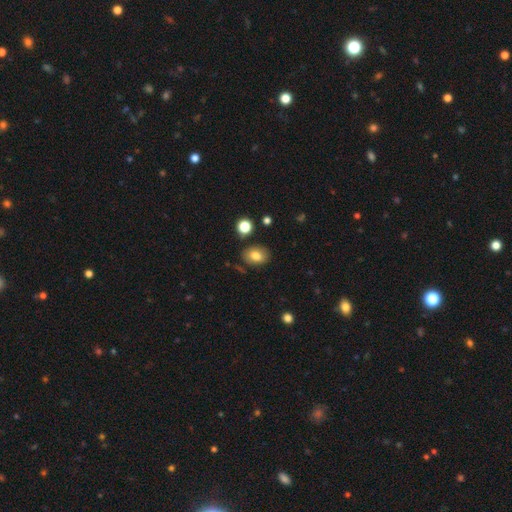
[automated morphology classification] Smooth or featured? Predicted: smooth (p=0.80). How rounded? Predicted: in between (p=0.71). Merging? Predicted: none (p=0.81).